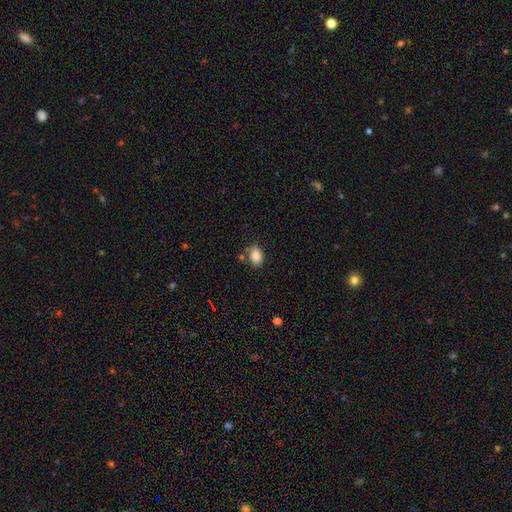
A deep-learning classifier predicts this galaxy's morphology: This appears to be a smooth galaxy with no disk features (87%) that is in between round and cigar-shaped (80%). Merging: none (76%).